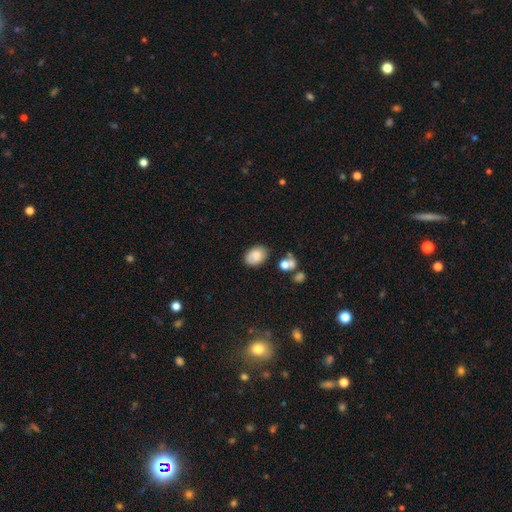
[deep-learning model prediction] This is likely a smooth galaxy (79%). How rounded: clearly in between (82%). Merging: likely none (74%).